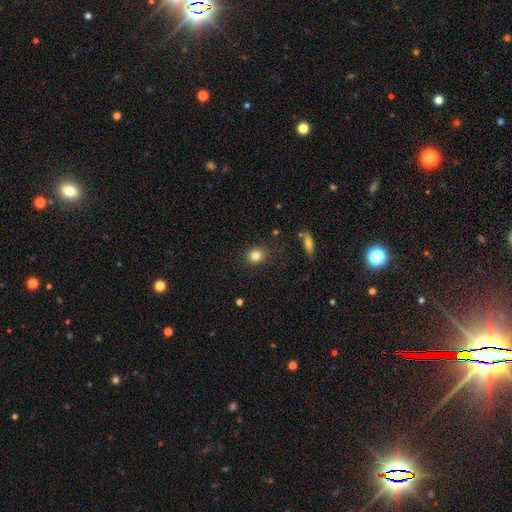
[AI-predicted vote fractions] A smooth galaxy with no disk features (83%) that is round (72%). Merging: none (86%).